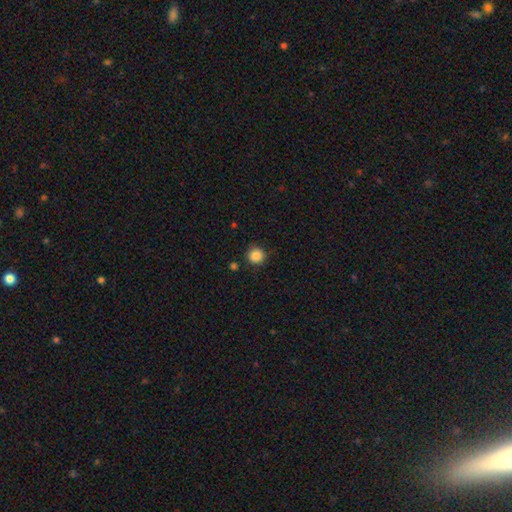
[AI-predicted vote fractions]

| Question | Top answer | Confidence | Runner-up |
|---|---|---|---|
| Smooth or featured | smooth | 86% | star or artifact (10%) |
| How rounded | round | 94% | in between (5%) |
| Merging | none | 87% | minor disturbance (9%) |